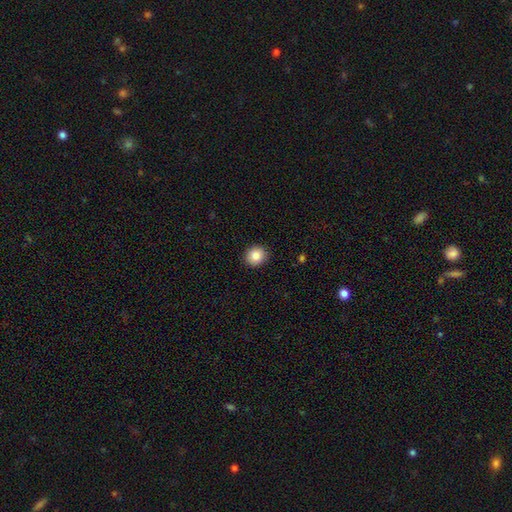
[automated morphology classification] This appears to be a smooth galaxy with no disk features (86%) that is round (80%). Merging: none (91%).